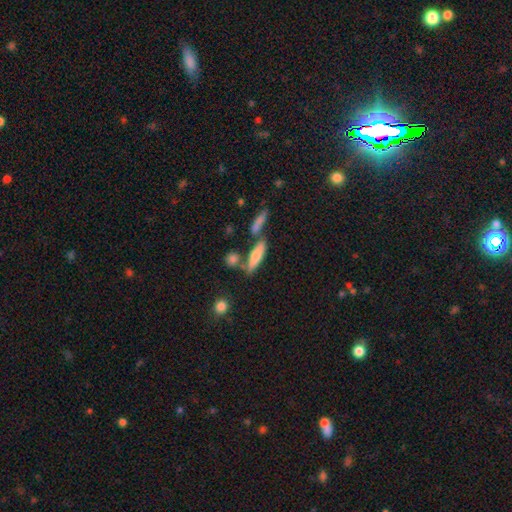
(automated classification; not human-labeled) A smooth galaxy with no disk features (66%) that is cigar-shaped (62%). Merging: none (57%).